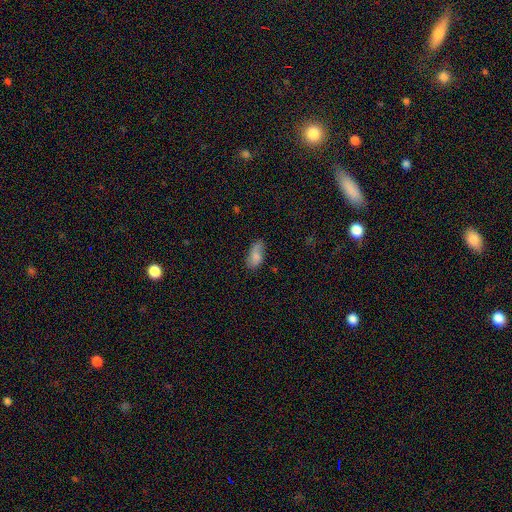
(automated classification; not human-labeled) Smooth or featured?
  - smooth: 76% *
  - featured or disk: 15%
  - star or artifact: 8%
How rounded?
  - in between: 91% *
  - cigar-shaped: 6%
  - round: 3%
Merging?
  - none: 57% *
  - minor disturbance: 31%
  - major disturbance: 9%
  - merger: 3%